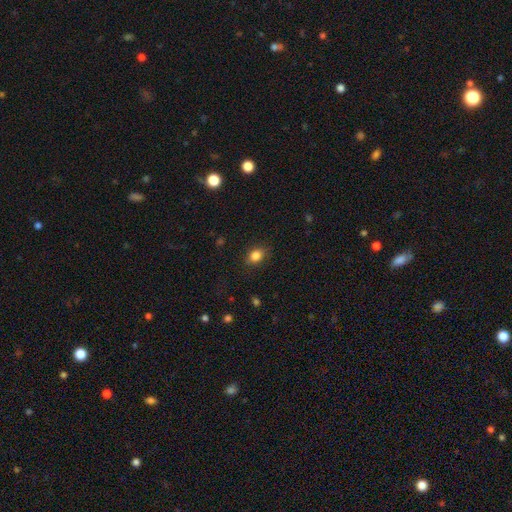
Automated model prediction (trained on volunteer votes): Smooth or featured? smooth (84%)
How rounded? in between (60%)
Merging? none (84%)